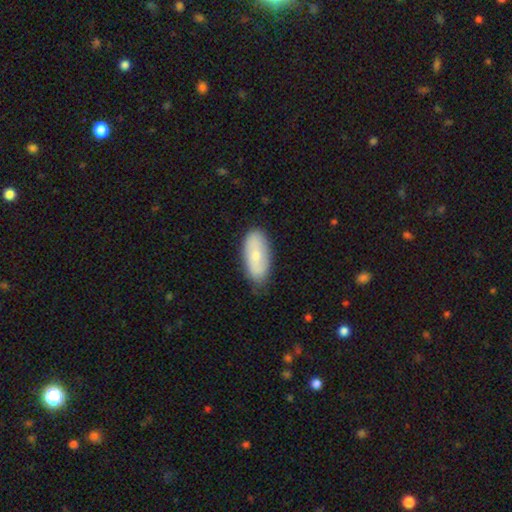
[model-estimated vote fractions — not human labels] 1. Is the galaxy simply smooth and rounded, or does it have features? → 66% smooth, 28% featured or disk, 6% star or artifact.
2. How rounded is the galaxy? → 90% in between, 8% cigar-shaped, 3% round.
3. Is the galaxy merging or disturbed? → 76% none, 20% minor disturbance, 3% major disturbance, 1% merger.